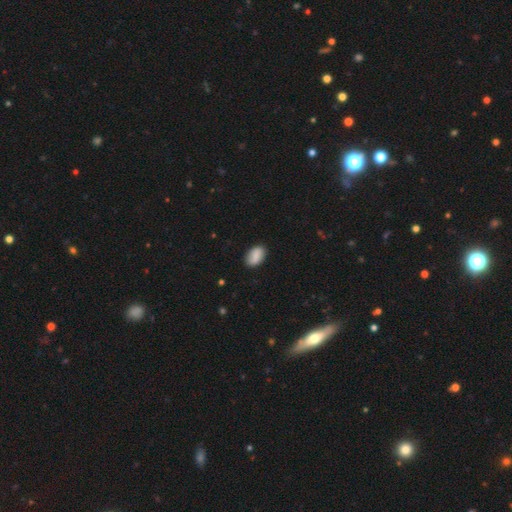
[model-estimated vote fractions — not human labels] Smooth or featured? Predicted: smooth (p=0.82). How rounded? Predicted: in between (p=0.91). Merging? Predicted: none (p=0.84).